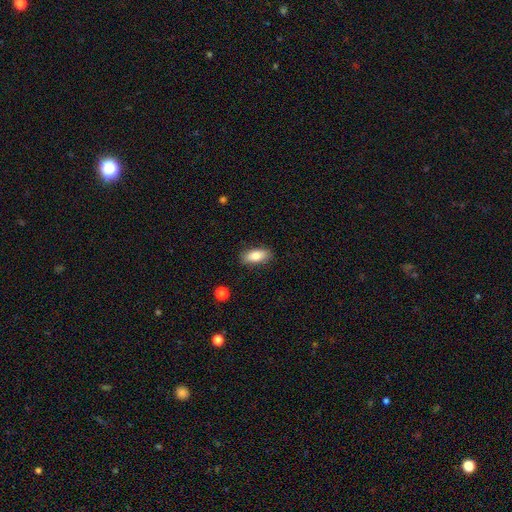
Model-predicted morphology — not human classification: smooth-or-featured: smooth: 83% | featured or disk: 10% | star or artifact: 7%
  how-rounded: in between: 86% | cigar-shaped: 11% | round: 3%
  merging: none: 86% | minor disturbance: 10% | major disturbance: 2% | merger: 1%